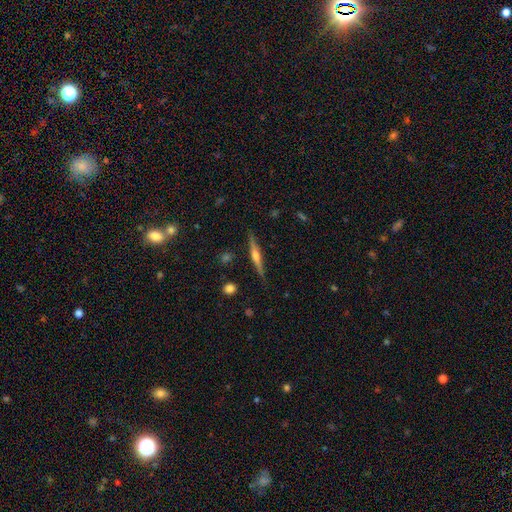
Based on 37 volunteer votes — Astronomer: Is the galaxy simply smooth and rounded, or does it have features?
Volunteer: featured or disk — 70%.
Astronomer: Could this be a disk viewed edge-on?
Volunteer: yes — 96%.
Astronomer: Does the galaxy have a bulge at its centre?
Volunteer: rounded — 80%.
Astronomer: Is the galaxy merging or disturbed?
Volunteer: none — 77%.